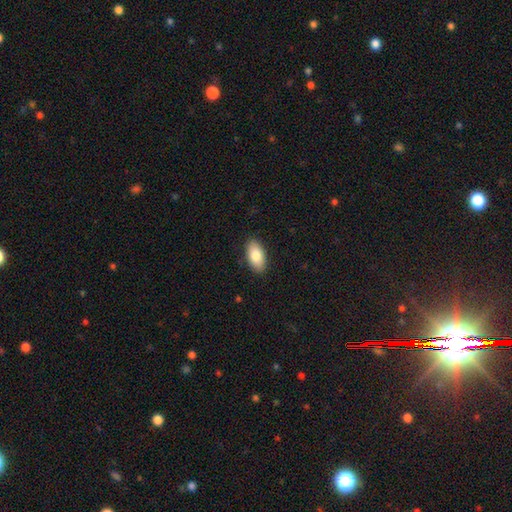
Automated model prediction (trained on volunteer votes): smooth-or-featured: smooth: 82% | featured or disk: 12% | star or artifact: 6%
  how-rounded: in between: 94% | round: 3% | cigar-shaped: 3%
  merging: none: 88% | minor disturbance: 9% | major disturbance: 2% | merger: 1%